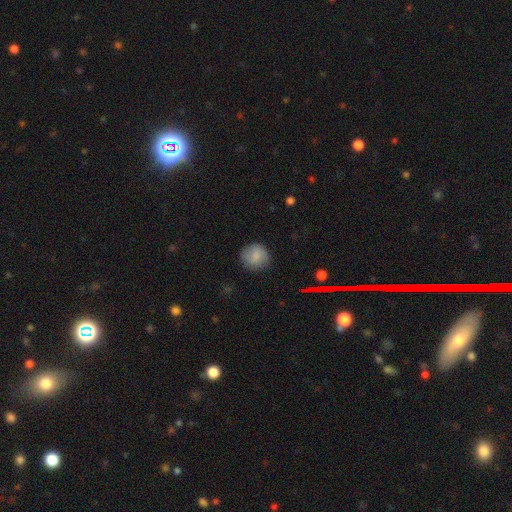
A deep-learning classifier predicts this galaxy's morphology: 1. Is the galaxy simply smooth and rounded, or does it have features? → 83% smooth, 9% featured or disk, 9% star or artifact.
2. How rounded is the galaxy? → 90% round, 9% in between, 1% cigar-shaped.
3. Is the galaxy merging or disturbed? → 84% none, 12% minor disturbance, 3% major disturbance, 1% merger.